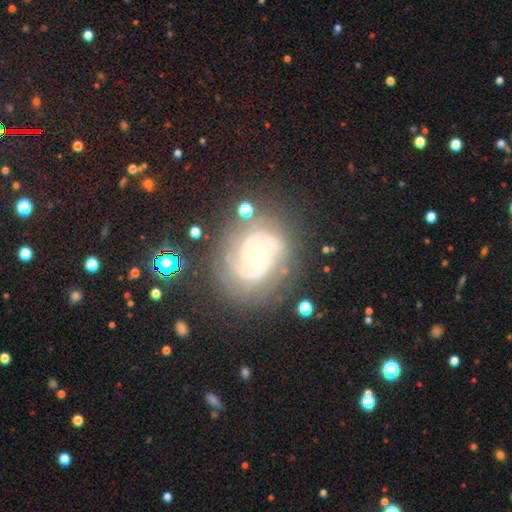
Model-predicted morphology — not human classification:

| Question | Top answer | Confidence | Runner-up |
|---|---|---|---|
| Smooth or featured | featured or disk | 86% | smooth (8%) |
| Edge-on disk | no | 97% | yes (3%) |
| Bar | no | 73% | weak (21%) |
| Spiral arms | yes | 92% | no (8%) |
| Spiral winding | tight | 68% | medium (26%) |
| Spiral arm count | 2 | 54% | can't tell (19%) |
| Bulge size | moderate | 53% | small (42%) |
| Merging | none | 71% | minor disturbance (17%) |